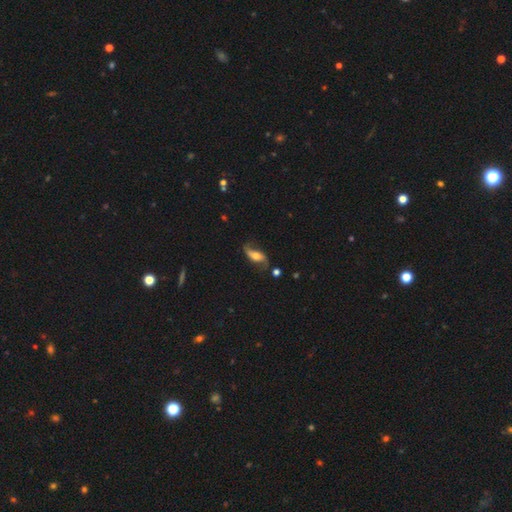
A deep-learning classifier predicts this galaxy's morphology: This is likely a featured or disk galaxy (73%). It is clearly not viewed edge-on (89%). Bar: possibly no (53%). Spiral arm pattern: clearly yes (92%). Spiral arm count: clearly 2 (90%). Spiral winding: clearly loose (82%). Central bulge: possibly moderate (55%). Merging: likely none (67%).